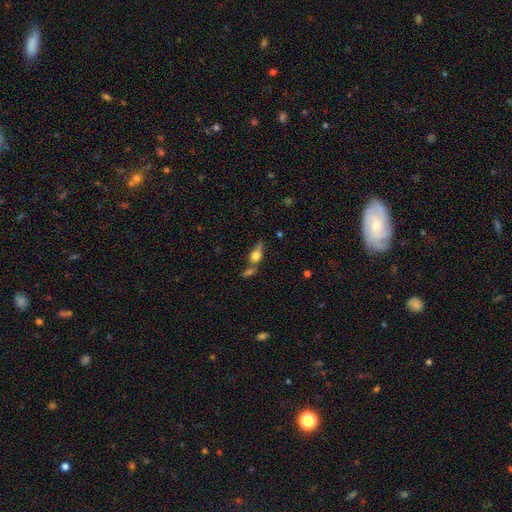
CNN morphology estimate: smooth-or-featured: smooth: 53% | featured or disk: 35% | star or artifact: 12%
  how-rounded: in between: 56% | round: 24% | cigar-shaped: 21%
  merging: none: 38% | merger: 34% | minor disturbance: 16% | major disturbance: 11%